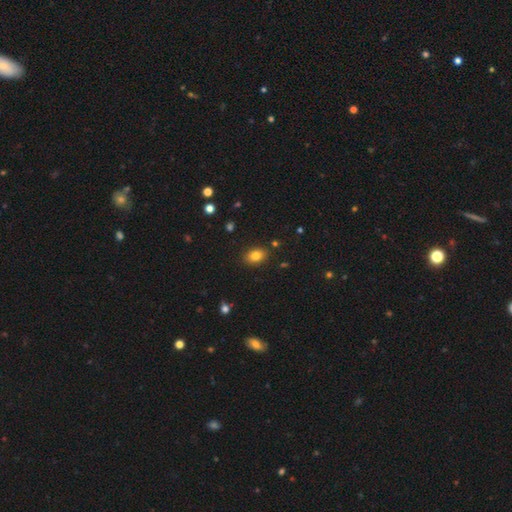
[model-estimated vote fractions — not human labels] smooth_or_featured: smooth (p=0.82) [alt: star or artifact p=0.11]
how_rounded: in between (p=0.77) [alt: round p=0.22]
merging: none (p=0.87) [alt: minor disturbance p=0.09]